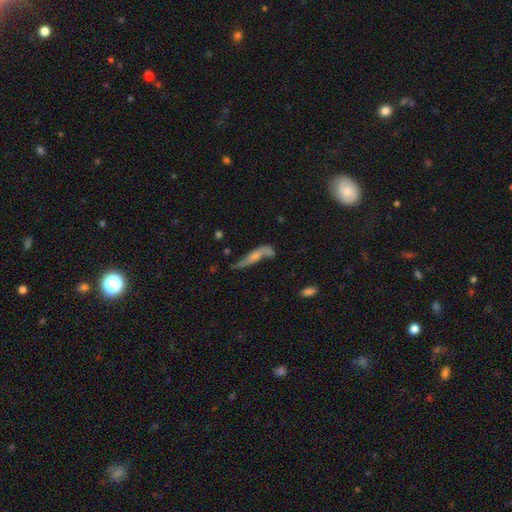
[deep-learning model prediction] The model was most divided on "edge-on disk": no: 52%, yes: 48%. Remaining: smooth or featured — featured or disk (51%); merging — none (45%).